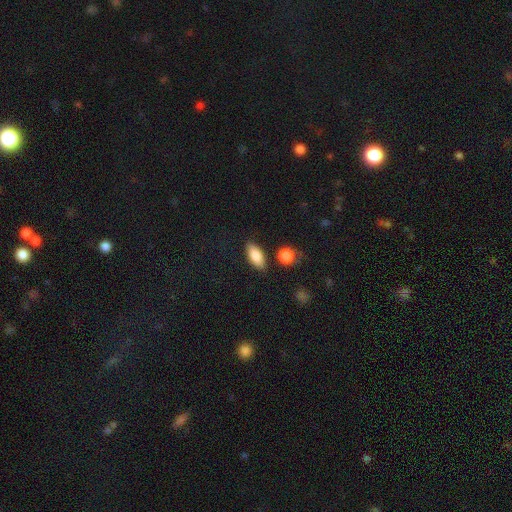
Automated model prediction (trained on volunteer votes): Smooth or featured?
  - smooth: 83% *
  - featured or disk: 10%
  - star or artifact: 7%
How rounded?
  - in between: 84% *
  - cigar-shaped: 12%
  - round: 4%
Merging?
  - none: 81% *
  - minor disturbance: 12%
  - merger: 5%
  - major disturbance: 3%